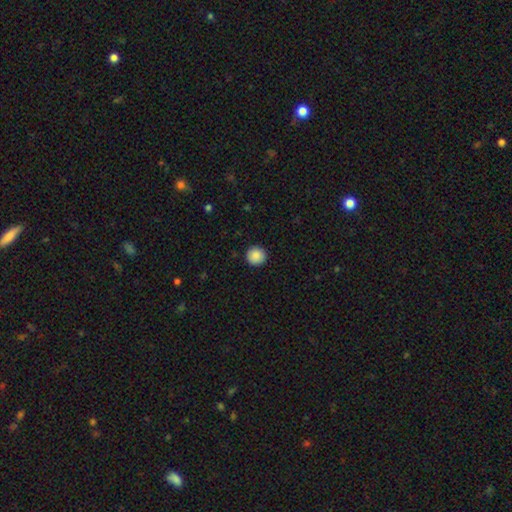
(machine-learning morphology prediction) type=smooth (89%); roundness=round (95%); merging=none (93%).